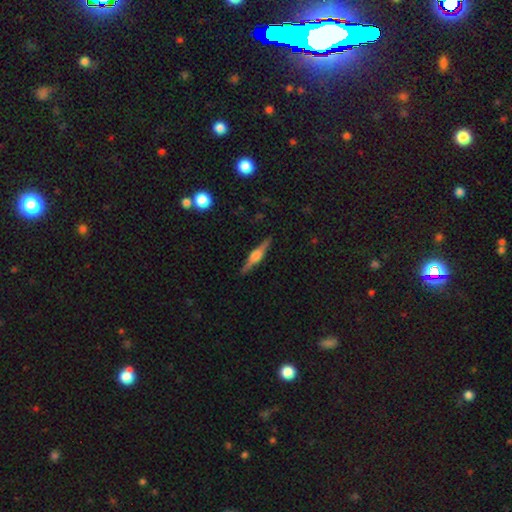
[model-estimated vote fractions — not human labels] Q: Smooth or featured?
A: featured or disk (78%); runner-up: smooth (16%)
Q: Edge-on disk?
A: yes (98%); runner-up: no (2%)
Q: Edge-on bulge?
A: rounded (85%); runner-up: boxy (12%)
Q: Merging?
A: none (90%); runner-up: minor disturbance (7%)